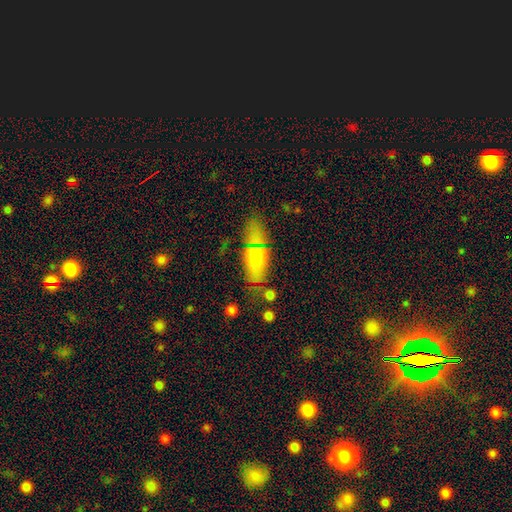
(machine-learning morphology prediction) Q: Smooth or featured?
A: smooth (68%); runner-up: featured or disk (18%)
Q: How rounded?
A: in between (85%); runner-up: cigar-shaped (8%)
Q: Merging?
A: none (55%); runner-up: minor disturbance (23%)